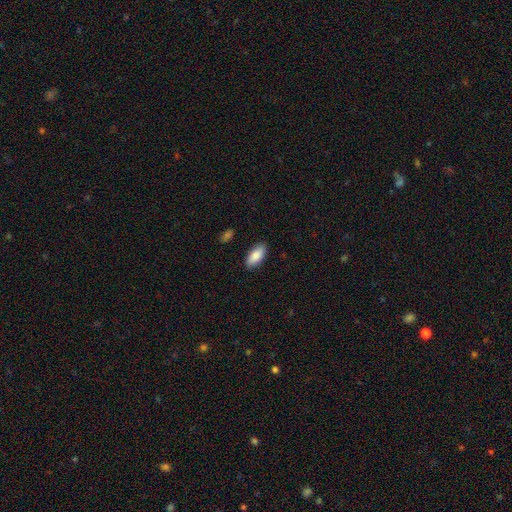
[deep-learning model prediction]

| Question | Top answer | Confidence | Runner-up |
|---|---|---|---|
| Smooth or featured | smooth | 87% | featured or disk (7%) |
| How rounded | in between | 88% | cigar-shaped (10%) |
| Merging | none | 87% | minor disturbance (10%) |